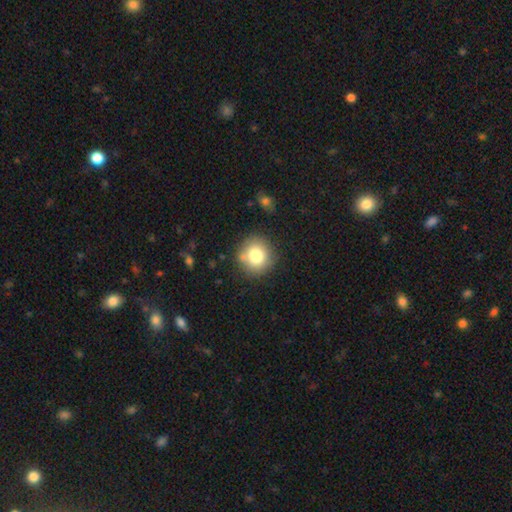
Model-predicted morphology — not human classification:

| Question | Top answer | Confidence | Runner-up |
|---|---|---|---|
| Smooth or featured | smooth | 78% | star or artifact (11%) |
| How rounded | round | 91% | in between (8%) |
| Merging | none | 82% | minor disturbance (11%) |